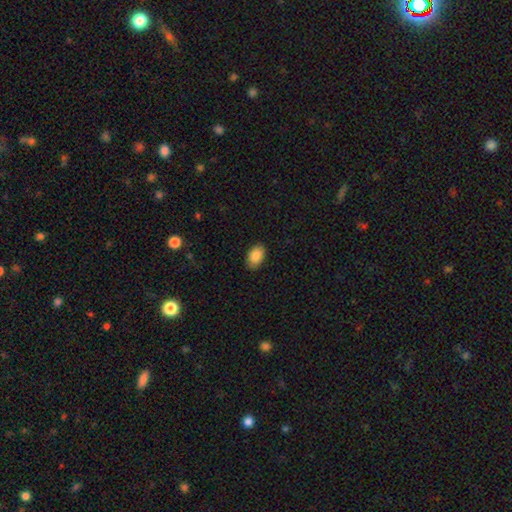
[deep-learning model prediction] Smooth or featured: smooth — 87% (star or artifact — 7%)
How rounded: in between — 90% (round — 9%)
Merging: none — 87% (minor disturbance — 10%)